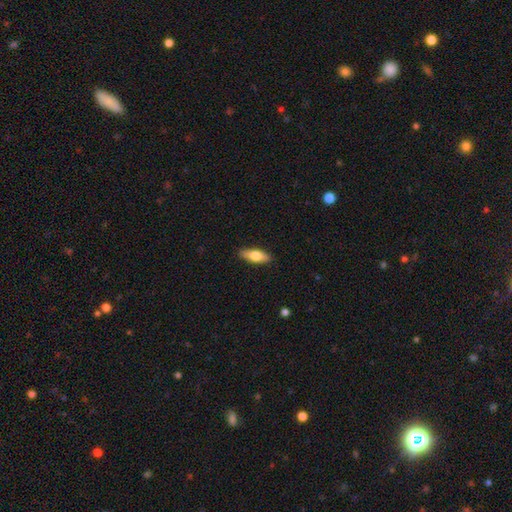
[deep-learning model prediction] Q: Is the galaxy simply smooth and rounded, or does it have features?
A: smooth — 65%.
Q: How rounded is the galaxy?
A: in between — 63%.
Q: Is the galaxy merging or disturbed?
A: none — 88%.